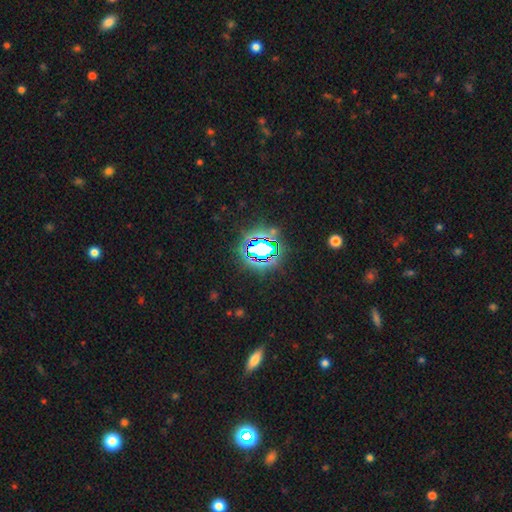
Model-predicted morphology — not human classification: A star or artifact, not a galaxy (74%).